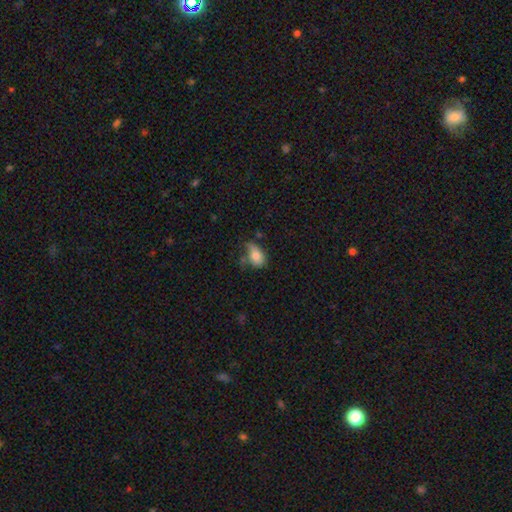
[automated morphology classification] Smooth or featured? smooth (76%)
How rounded? in between (81%)
Merging? none (38%)